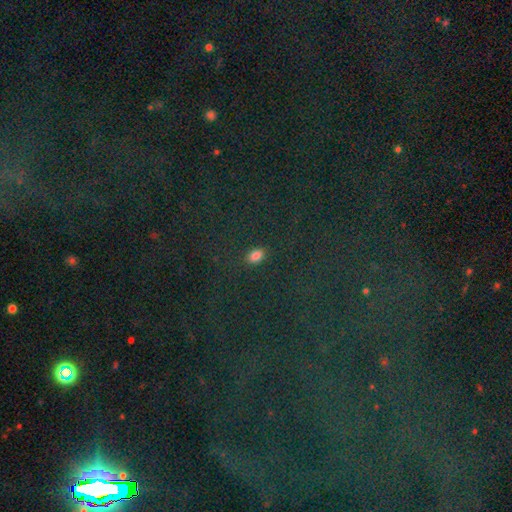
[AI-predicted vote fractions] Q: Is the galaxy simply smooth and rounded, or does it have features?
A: smooth — 79%.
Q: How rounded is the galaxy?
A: in between — 89%.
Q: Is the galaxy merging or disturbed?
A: none — 87%.